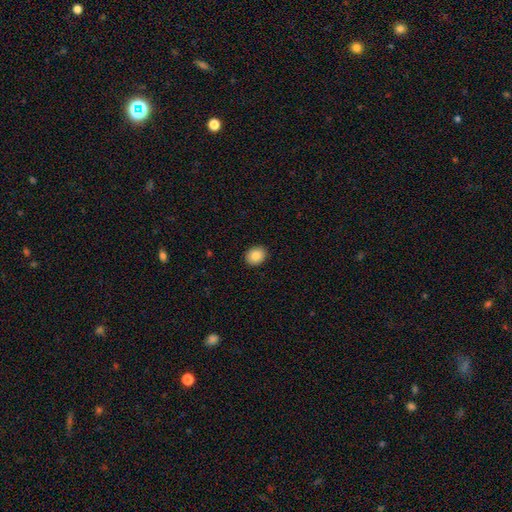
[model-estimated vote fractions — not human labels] A smooth galaxy with no disk features (86%) that is round (57%). Merging: none (91%).